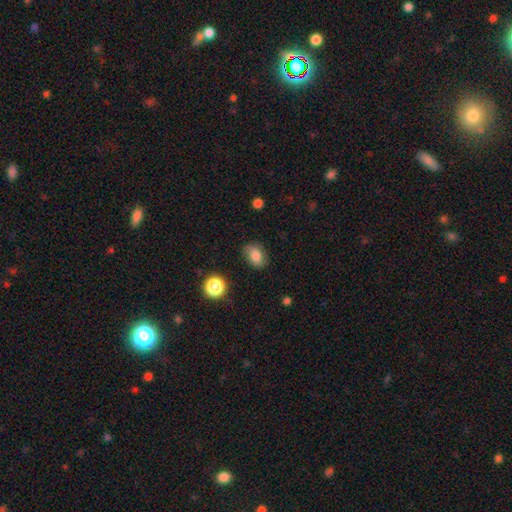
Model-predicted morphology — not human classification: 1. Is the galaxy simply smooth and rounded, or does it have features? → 78% smooth, 11% featured or disk, 10% star or artifact.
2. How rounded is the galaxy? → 74% in between, 25% round, 1% cigar-shaped.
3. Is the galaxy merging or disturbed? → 75% none, 19% minor disturbance, 5% major disturbance, 2% merger.